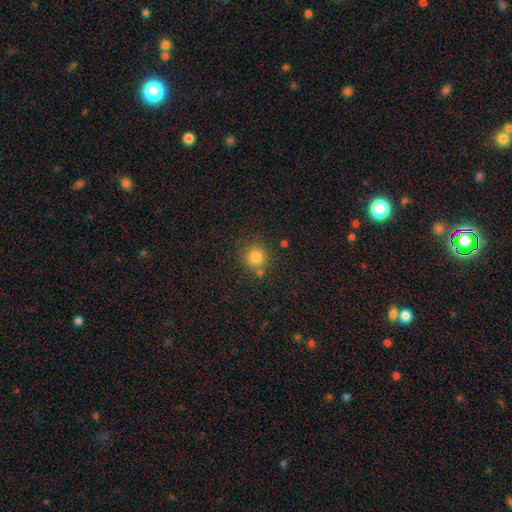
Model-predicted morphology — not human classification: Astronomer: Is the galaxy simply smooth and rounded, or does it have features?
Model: smooth — 82%.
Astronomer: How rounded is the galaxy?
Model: round — 93%.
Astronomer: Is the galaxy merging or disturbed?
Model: none — 77%.